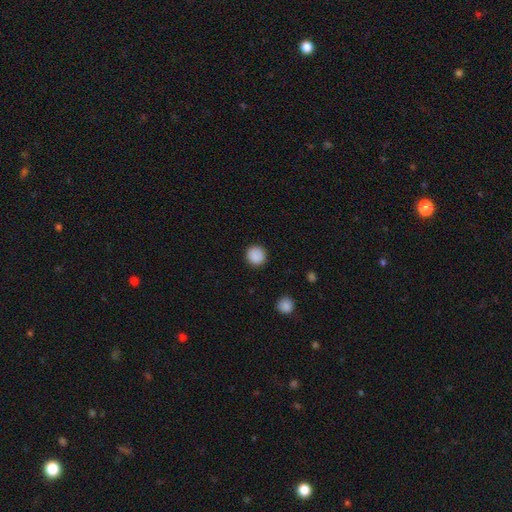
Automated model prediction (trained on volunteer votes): Q: Smooth or featured?
A: smooth (88%); runner-up: star or artifact (9%)
Q: How rounded?
A: round (94%); runner-up: in between (5%)
Q: Merging?
A: none (91%); runner-up: minor disturbance (6%)